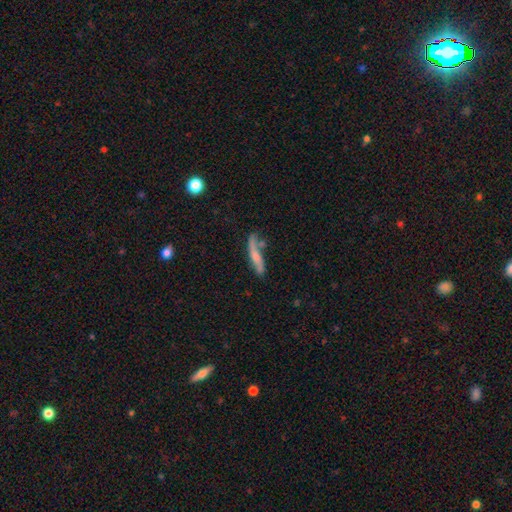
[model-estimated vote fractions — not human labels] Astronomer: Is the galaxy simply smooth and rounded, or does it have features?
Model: smooth — 48% (runner-up: featured or disk, 46%).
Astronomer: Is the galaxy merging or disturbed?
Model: none — 54%.